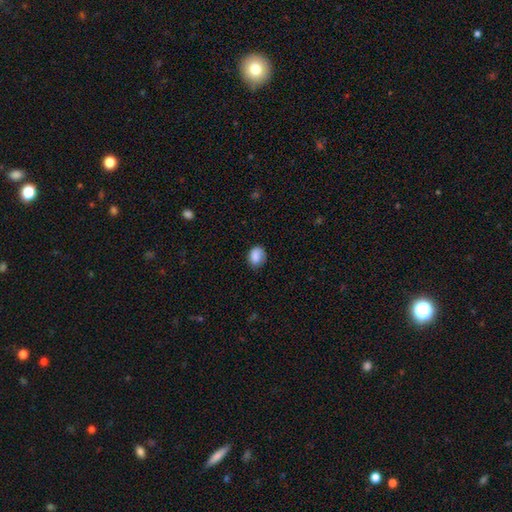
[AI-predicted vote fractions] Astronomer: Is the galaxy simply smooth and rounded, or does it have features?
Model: smooth — 84%.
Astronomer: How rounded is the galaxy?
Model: in between — 52% (runner-up: round, 47%).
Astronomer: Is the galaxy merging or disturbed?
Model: none — 68%.